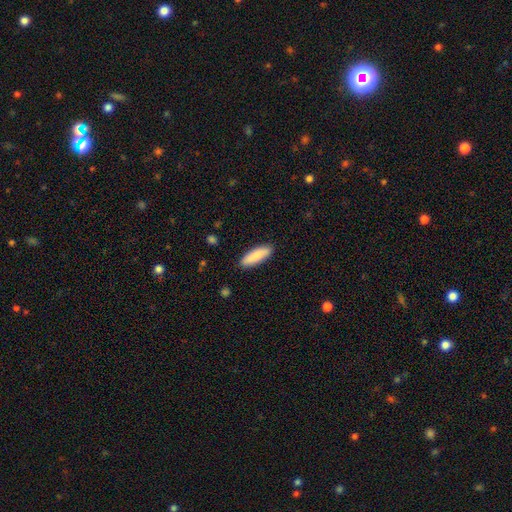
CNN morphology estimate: This appears to be a smooth galaxy with no disk features (87%) that is cigar-shaped (53%). Merging: none (89%).